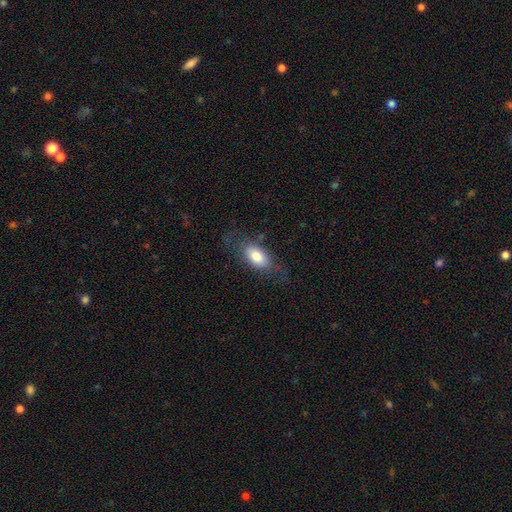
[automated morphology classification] smooth-or-featured: smooth: 70% | featured or disk: 24% | star or artifact: 6%
  how-rounded: in between: 87% | cigar-shaped: 7% | round: 5%
  merging: none: 63% | minor disturbance: 21% | major disturbance: 15% | merger: 1%